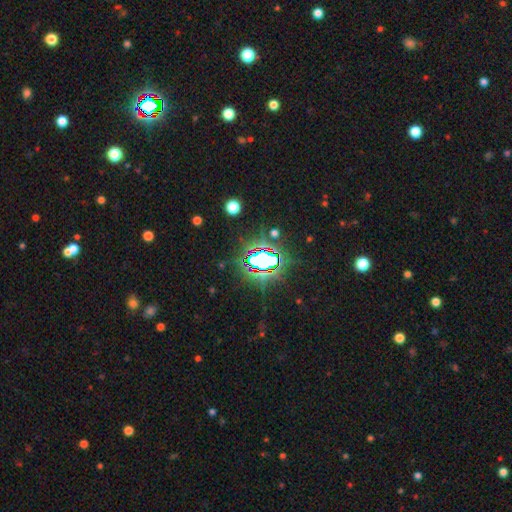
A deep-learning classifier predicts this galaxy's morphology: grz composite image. It shows a star or artifact, not a galaxy (79%).